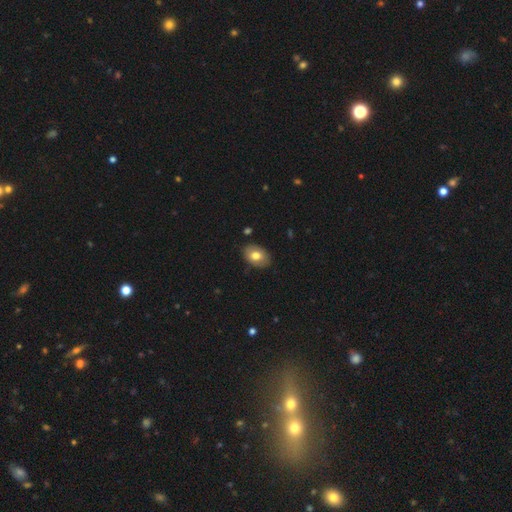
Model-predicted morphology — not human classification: This is likely a smooth galaxy (74%). How rounded: likely in between (80%). Merging: clearly none (86%).